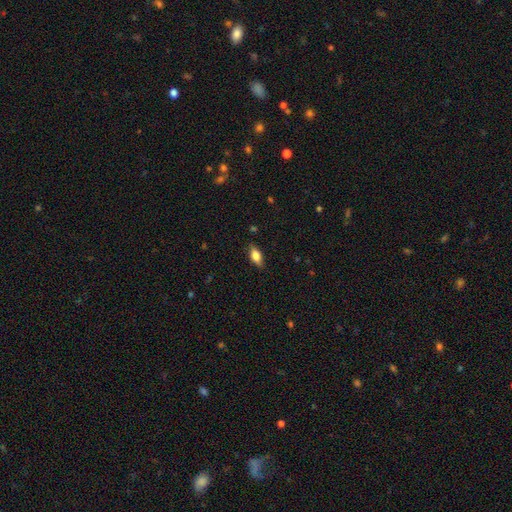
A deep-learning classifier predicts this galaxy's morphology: type=smooth (72%); roundness=in between (83%); merging=none (81%).